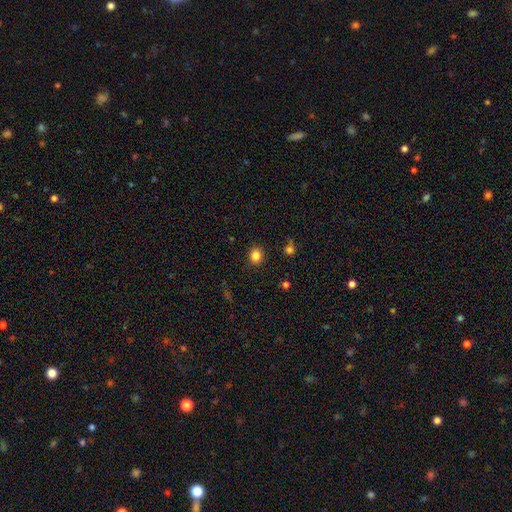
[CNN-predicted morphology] A smooth galaxy with no disk features (83%) that is round (66%).

Vote fractions:
- Smooth or featured? smooth: 83% / star or artifact: 12% / featured or disk: 5%
- How rounded? round: 66% / in between: 33% / cigar-shaped: 1%
- Merging? none: 87% / minor disturbance: 8% / major disturbance: 3% / merger: 2%